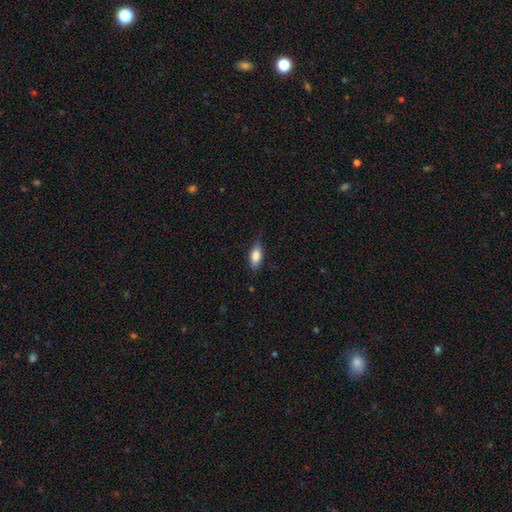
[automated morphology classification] Smooth or featured: smooth — 82% (featured or disk — 12%)
How rounded: in between — 79% (cigar-shaped — 18%)
Merging: none — 81% (minor disturbance — 15%)